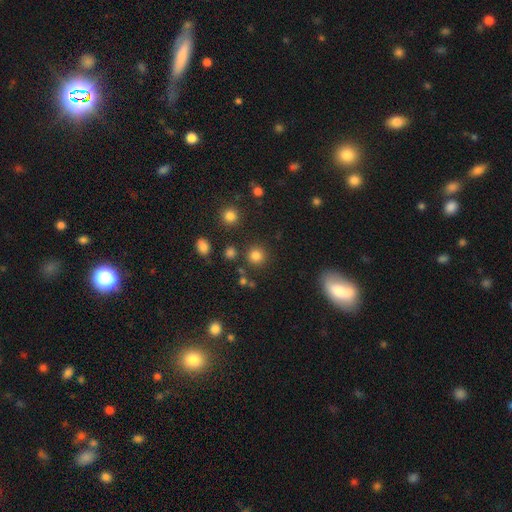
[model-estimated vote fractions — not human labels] A smooth galaxy with no disk features (81%) that is round (92%). Merging: none (86%).